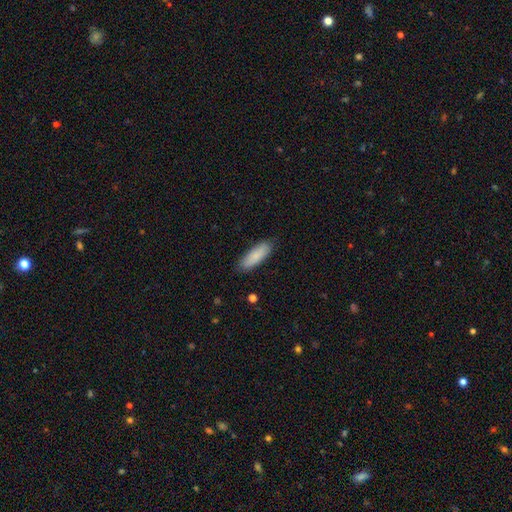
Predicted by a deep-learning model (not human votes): smooth_or_featured: smooth (p=0.84) [alt: featured or disk p=0.10]
how_rounded: in between (p=0.57) [alt: cigar-shaped p=0.42]
merging: none (p=0.86) [alt: minor disturbance p=0.11]